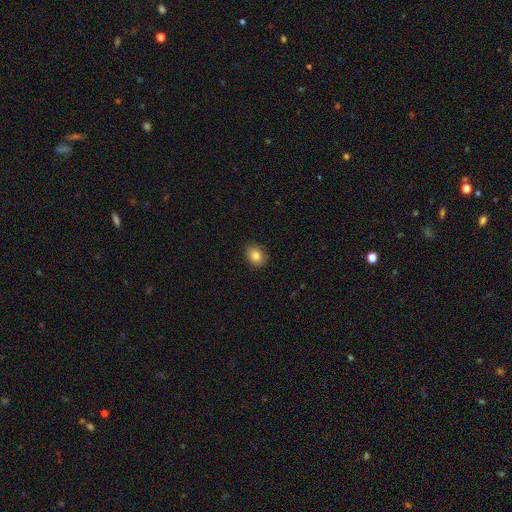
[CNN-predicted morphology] smooth-or-featured: smooth: 82% | star or artifact: 10% | featured or disk: 8%
  how-rounded: round: 51% | in between: 48% | cigar-shaped: 1%
  merging: none: 88% | minor disturbance: 9% | major disturbance: 2% | merger: 1%